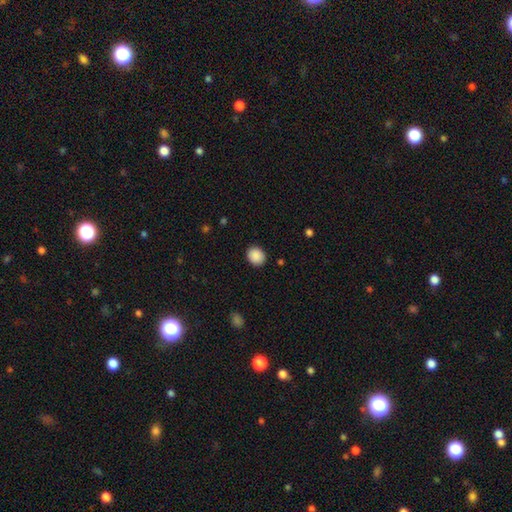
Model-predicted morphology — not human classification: The model was most divided on "how rounded": round: 68%, in between: 31%, cigar-shaped: 1%. More confident: merging — none (90%); smooth or featured — smooth (89%).